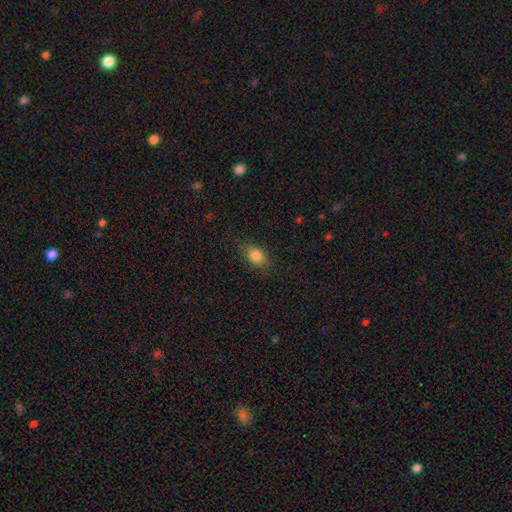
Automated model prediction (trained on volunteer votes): smooth_or_featured: smooth (p=0.84) [alt: star or artifact p=0.09]
how_rounded: in between (p=0.76) [alt: round p=0.21]
merging: none (p=0.81) [alt: minor disturbance p=0.14]